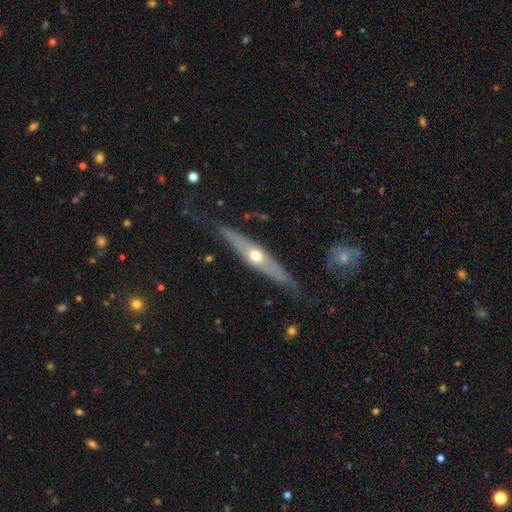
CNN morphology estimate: Smooth or featured? Predicted: featured or disk (p=0.66). Edge-on disk? Predicted: yes (p=0.82). Edge-on bulge? Predicted: rounded (p=0.89). Merging? Predicted: none (p=0.80).